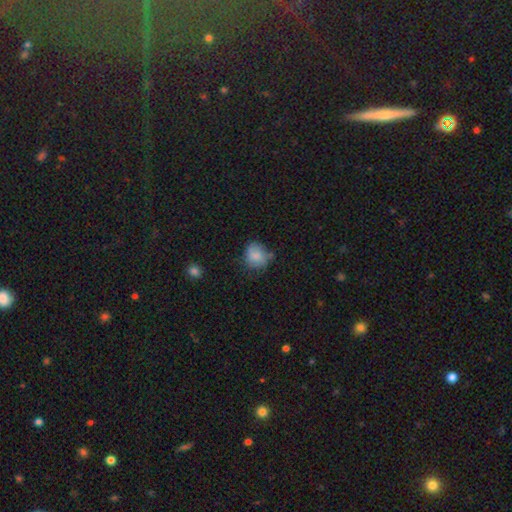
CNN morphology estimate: This is likely a smooth galaxy (76%). How rounded: likely round (69%). Merging: possibly none (57%).